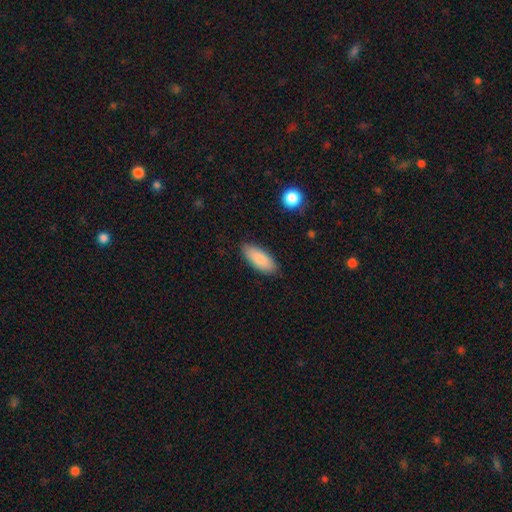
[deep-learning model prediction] This appears to be a smooth galaxy with no disk features (88%) that is in between round and cigar-shaped (81%). Merging: none (88%).